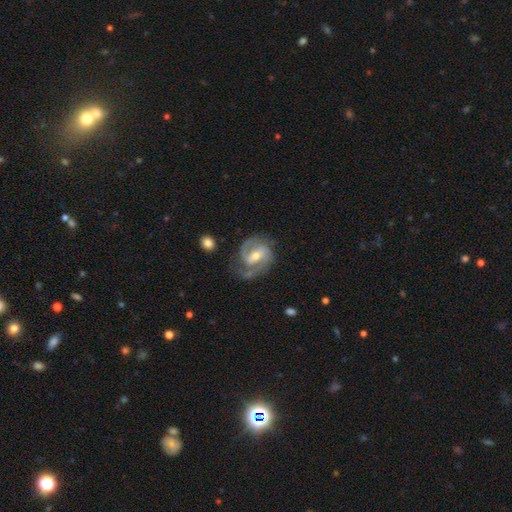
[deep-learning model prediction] featured or disk 88%, smooth 8%, star or artifact 5%. Down the decision tree: edge-on disk — no (97%); bar — weak (48%); spiral arms — yes (96%); spiral arm count — 2 (81%); spiral winding — medium (51%); bulge size — moderate (57%); merging — none (66%).